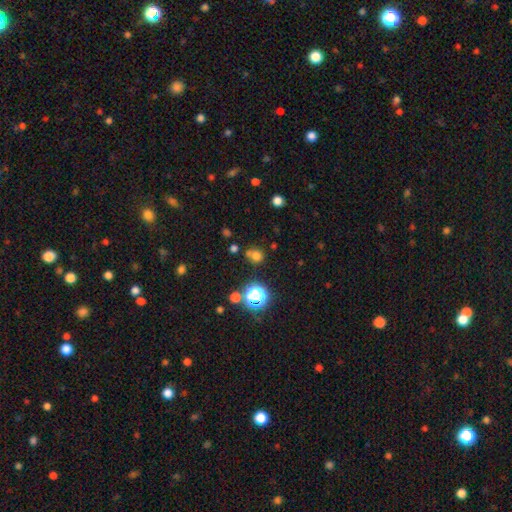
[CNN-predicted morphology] Smooth or featured: smooth — 67% (star or artifact — 25%)
How rounded: round — 76% (in between — 23%)
Merging: none — 61% (merger — 18%)